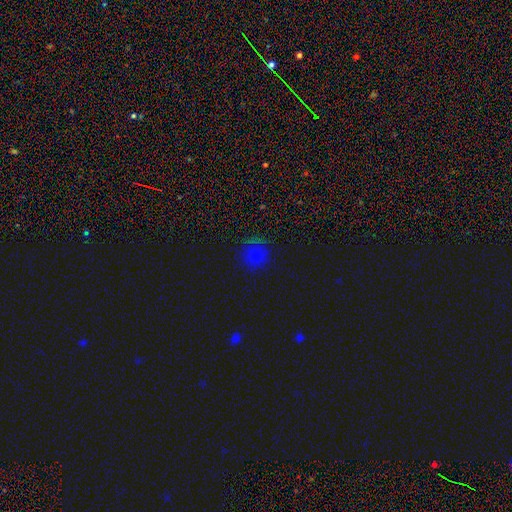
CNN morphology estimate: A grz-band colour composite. It shows a smooth galaxy with no disk features (67%) that is round (90%). Merging: none (76%).